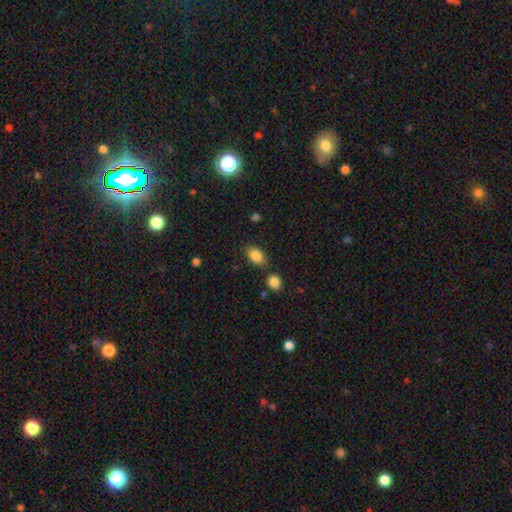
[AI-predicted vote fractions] smooth-or-featured: smooth: 85% | star or artifact: 9% | featured or disk: 6%
  how-rounded: in between: 80% | round: 18% | cigar-shaped: 2%
  merging: none: 68% | minor disturbance: 17% | merger: 11% | major disturbance: 4%